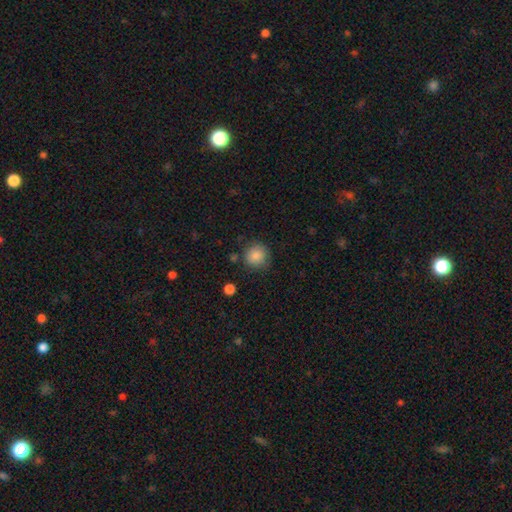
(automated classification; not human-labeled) smooth 85%, star or artifact 10%, featured or disk 5%. Down the decision tree: how rounded — round (92%); merging — none (81%).